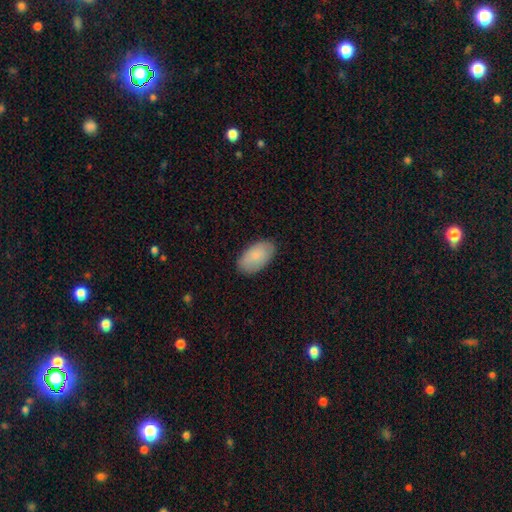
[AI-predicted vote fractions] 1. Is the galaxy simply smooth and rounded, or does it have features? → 86% smooth, 9% featured or disk, 6% star or artifact.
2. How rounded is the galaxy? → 96% in between, 3% round, 2% cigar-shaped.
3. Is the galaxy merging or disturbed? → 86% none, 11% minor disturbance, 2% major disturbance, 1% merger.